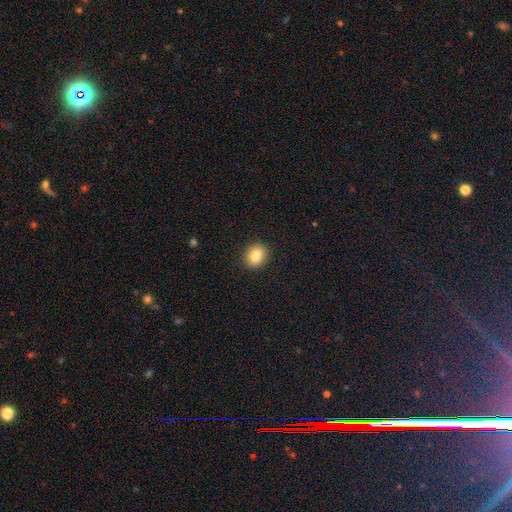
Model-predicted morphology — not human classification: This appears to be a smooth galaxy with no disk features (83%) that is round (63%). Merging: none (90%).